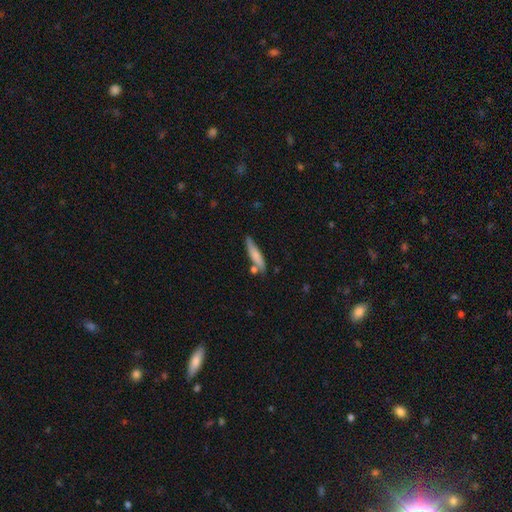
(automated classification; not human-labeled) smooth_or_featured: smooth (p=0.73) [alt: featured or disk p=0.21]
how_rounded: cigar-shaped (p=0.82) [alt: in between p=0.16]
merging: none (p=0.70) [alt: minor disturbance p=0.17]